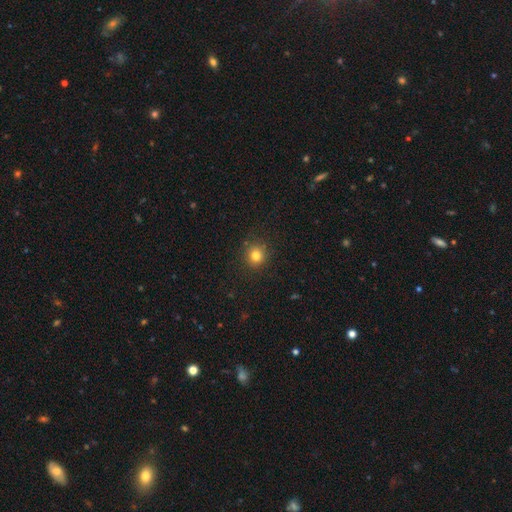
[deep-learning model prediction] A smooth galaxy with no disk features (81%) that is round (91%). Merging: none (89%).